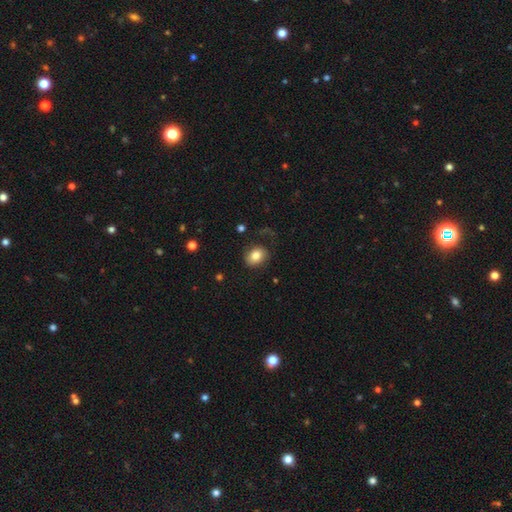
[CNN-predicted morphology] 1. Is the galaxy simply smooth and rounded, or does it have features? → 82% smooth, 10% featured or disk, 9% star or artifact.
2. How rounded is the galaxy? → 54% in between, 45% round, 1% cigar-shaped.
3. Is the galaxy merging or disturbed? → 75% none, 15% minor disturbance, 8% major disturbance, 2% merger.